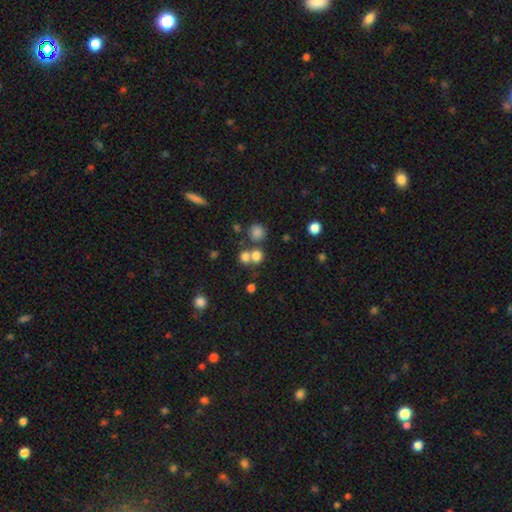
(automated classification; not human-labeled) This appears to be a smooth galaxy with no disk features (74%) that is round (82%). Merging: none (52%).